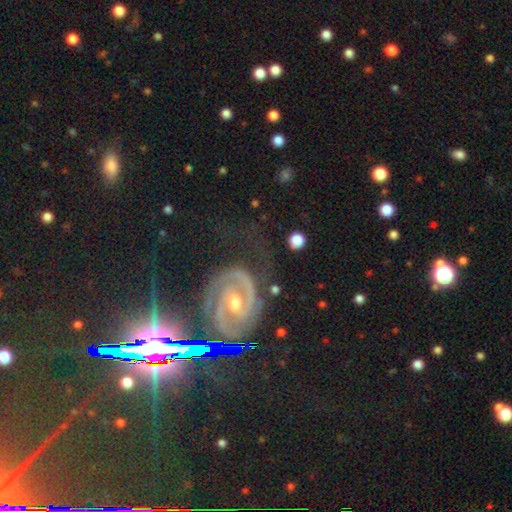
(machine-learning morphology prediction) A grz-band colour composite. It shows a featured or disk galaxy (69%) with no bar (48%), 2 (73%) tight (55%) spiral arms (92%) and a moderate central bulge (49%). Merging: none (67%).